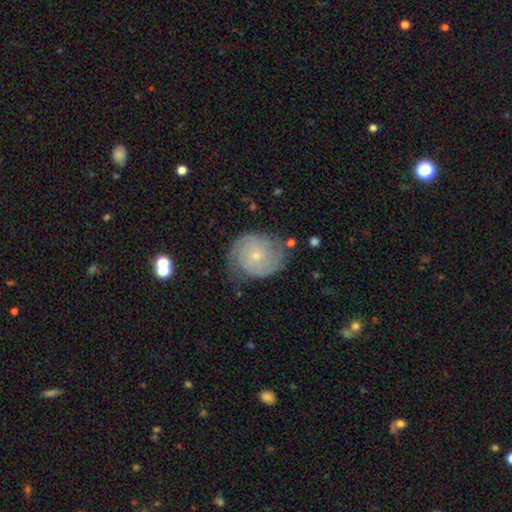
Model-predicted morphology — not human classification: This appears to be a featured or disk galaxy (73%) with no bar (78%), 2 (59%) tight (61%) spiral arms (91%) and a small central bulge (77%). Merging: none (66%).